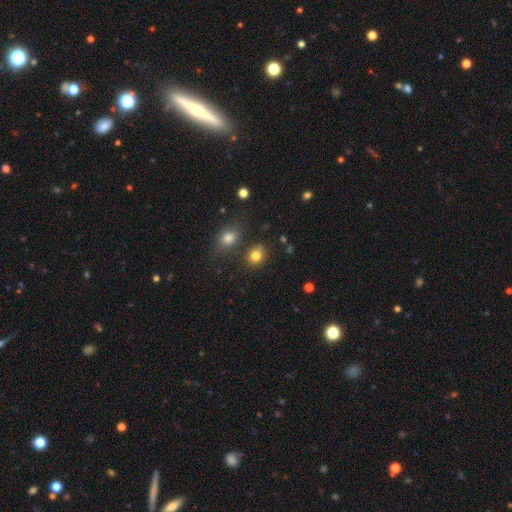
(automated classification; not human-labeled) This is clearly a smooth galaxy (80%). How rounded: likely round (66%). Merging: likely none (71%).